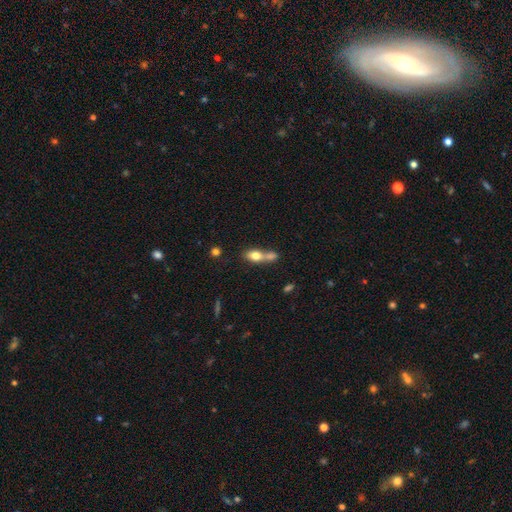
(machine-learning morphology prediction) A smooth galaxy with no disk features (72%) that is in between round and cigar-shaped (68%). Merging: merger (61%).